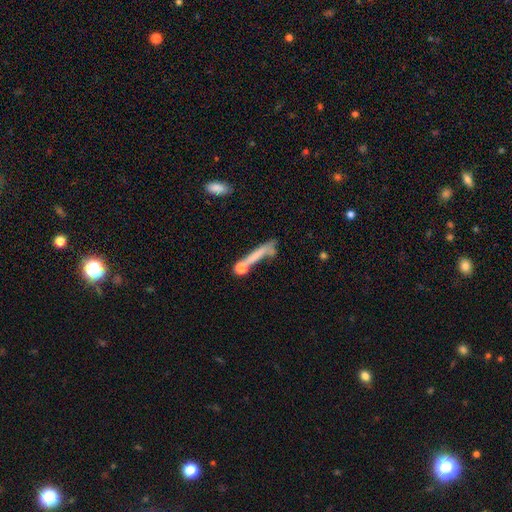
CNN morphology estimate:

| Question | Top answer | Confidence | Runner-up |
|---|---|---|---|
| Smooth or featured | smooth | 59% | featured or disk (30%) |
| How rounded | cigar-shaped | 83% | in between (11%) |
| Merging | none | 43% | merger (23%) |